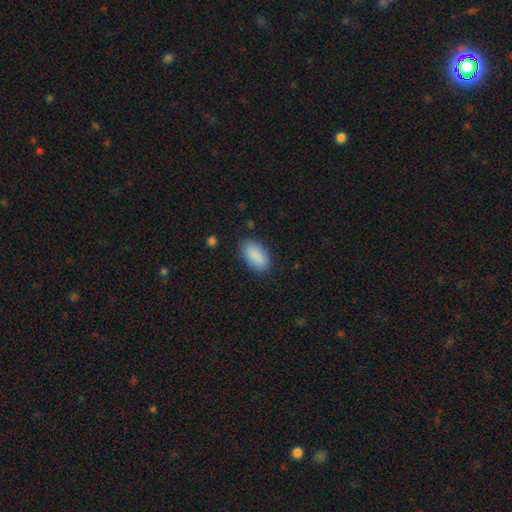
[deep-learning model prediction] A smooth galaxy with no disk features (89%) that is in between round and cigar-shaped (93%).

Vote fractions:
- Smooth or featured? smooth: 89% / star or artifact: 7% / featured or disk: 4%
- How rounded? in between: 93% / round: 4% / cigar-shaped: 3%
- Merging? none: 85% / minor disturbance: 11% / major disturbance: 3% / merger: 1%